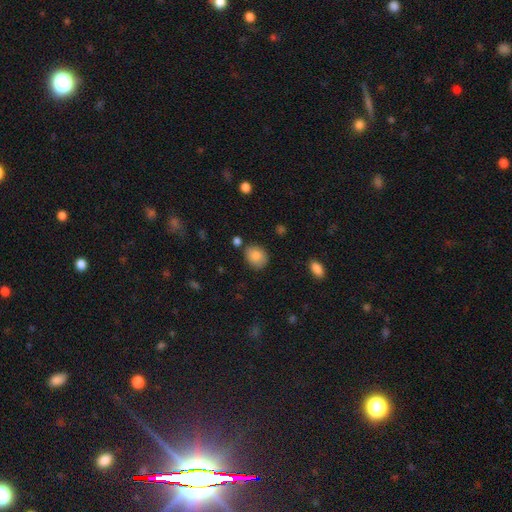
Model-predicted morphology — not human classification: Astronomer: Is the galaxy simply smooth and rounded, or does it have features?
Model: smooth — 86%.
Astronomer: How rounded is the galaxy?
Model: round — 58% (runner-up: in between, 41%).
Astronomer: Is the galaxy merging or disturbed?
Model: none — 76%.